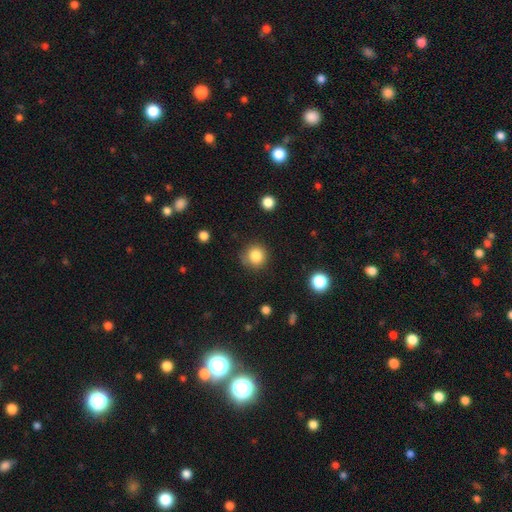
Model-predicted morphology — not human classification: A smooth galaxy with no disk features (85%) that is round (92%).

Vote fractions:
- Smooth or featured? smooth: 85% / star or artifact: 10% / featured or disk: 5%
- How rounded? round: 92% / in between: 7% / cigar-shaped: 1%
- Merging? none: 83% / minor disturbance: 12% / major disturbance: 4% / merger: 2%